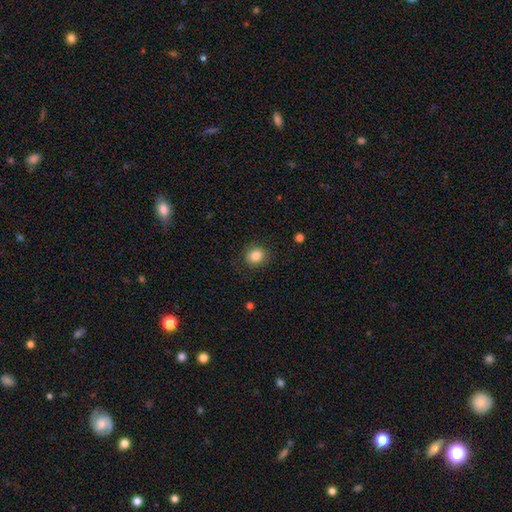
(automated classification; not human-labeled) smooth 85%, star or artifact 10%, featured or disk 5%. Down the decision tree: how rounded — round (71%); merging — none (87%).